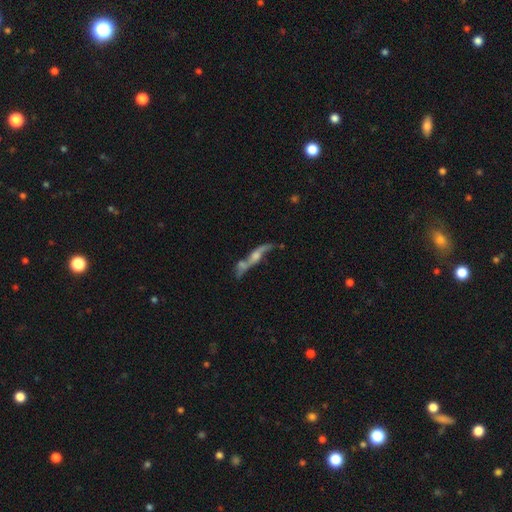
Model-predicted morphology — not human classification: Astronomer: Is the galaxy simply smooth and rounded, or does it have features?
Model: featured or disk — 72%.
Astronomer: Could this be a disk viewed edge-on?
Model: yes — 56% (runner-up: no, 44%).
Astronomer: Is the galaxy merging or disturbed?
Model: none — 38% (runner-up: merger, 31%).